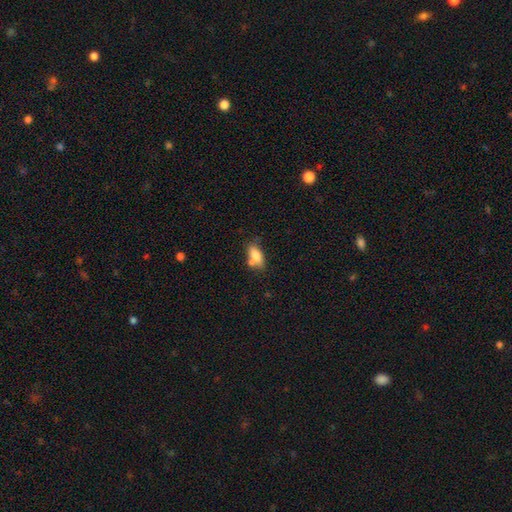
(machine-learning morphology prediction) Smooth or featured? smooth (77%)
How rounded? in between (80%)
Merging? none (53%)